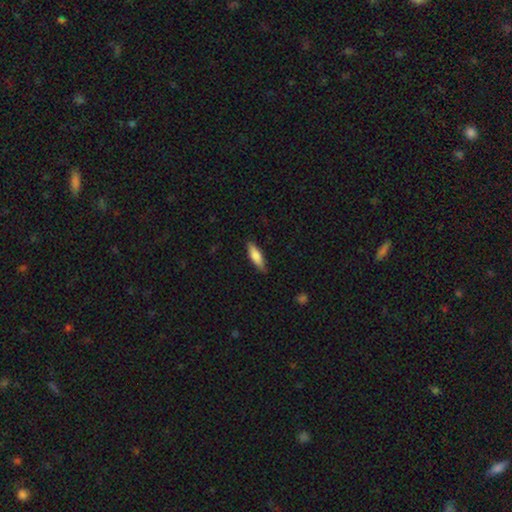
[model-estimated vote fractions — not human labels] smooth-or-featured: smooth: 74% | featured or disk: 20% | star or artifact: 6%
  how-rounded: cigar-shaped: 55% | in between: 43% | round: 2%
  merging: none: 83% | minor disturbance: 13% | major disturbance: 2% | merger: 1%